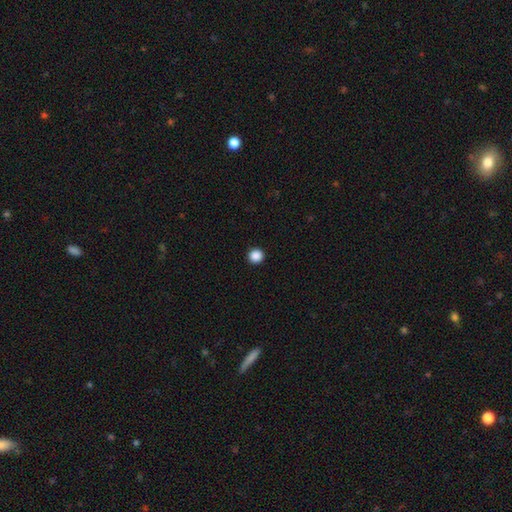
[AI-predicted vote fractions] A smooth galaxy with no disk features (88%) that is round (95%).

Vote fractions:
- Smooth or featured? smooth: 88% / star or artifact: 10% / featured or disk: 2%
- How rounded? round: 95% / in between: 4% / cigar-shaped: 1%
- Merging? none: 94% / minor disturbance: 4% / major disturbance: 1% / merger: 1%